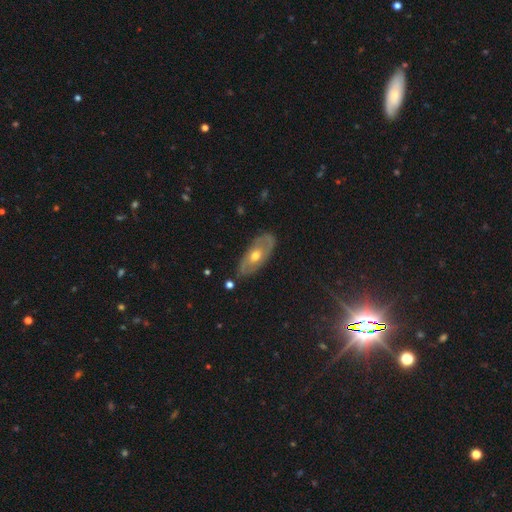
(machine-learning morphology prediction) A featured or disk galaxy (64%) with no bar (78%), no spiral arms (55%) and a moderate central bulge (76%).

Vote fractions:
- Smooth or featured? featured or disk: 64% / smooth: 29% / star or artifact: 8%
- Edge-on disk? no: 82% / yes: 18%
- Bar? no: 78% / weak: 17% / strong: 5%
- Spiral arms? no: 55% / yes: 45%
- Bulge size? moderate: 76% / small: 16% / large: 6% / none: 1% / dominant: 1%
- Merging? none: 82% / minor disturbance: 14% / major disturbance: 3% / merger: 1%